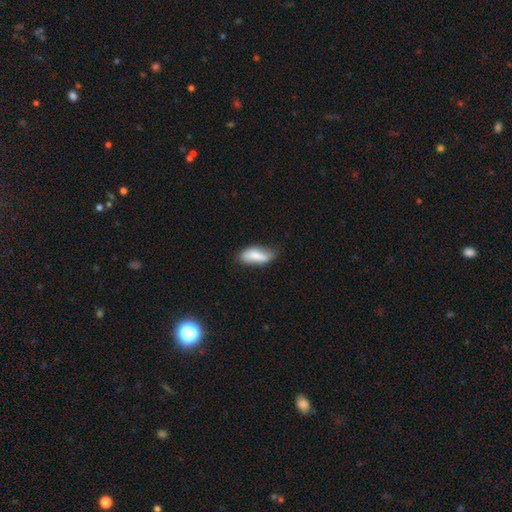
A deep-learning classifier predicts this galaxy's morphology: Overall: smooth (79%). How rounded: in between (76%). Merging: none (54%; minor disturbance 35%).